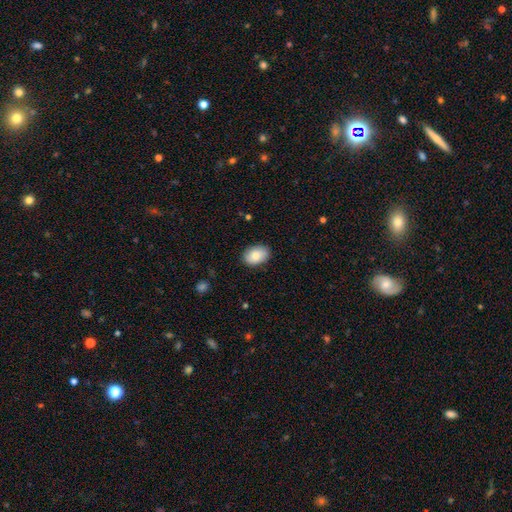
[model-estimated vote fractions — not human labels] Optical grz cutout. It shows a smooth galaxy with no disk features (83%) that is in between round and cigar-shaped (82%). Merging: none (86%).